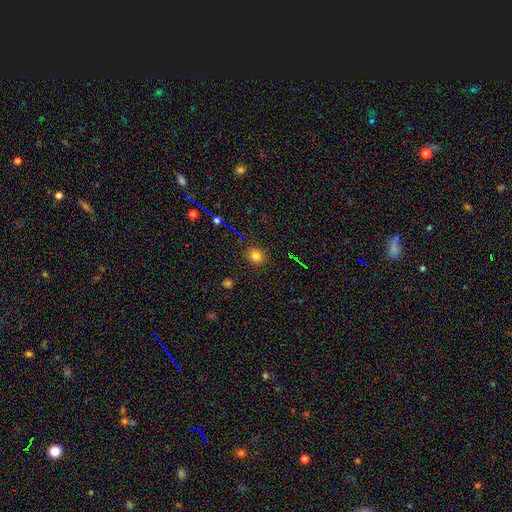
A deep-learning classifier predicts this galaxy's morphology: type=smooth (77%); roundness=round (80%); merging=none (88%).